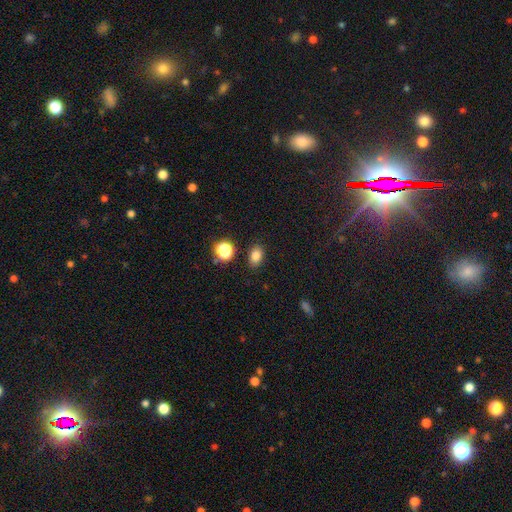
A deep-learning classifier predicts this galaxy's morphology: Smooth or featured? smooth (81%)
How rounded? in between (74%)
Merging? none (85%)